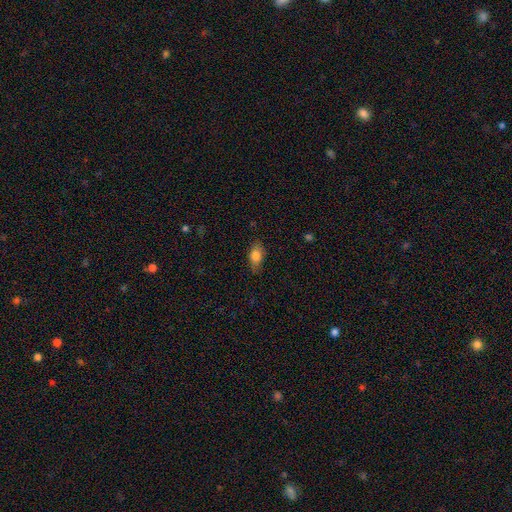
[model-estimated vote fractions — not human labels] This is clearly a smooth galaxy (80%). How rounded: clearly in between (85%). Merging: likely none (79%).